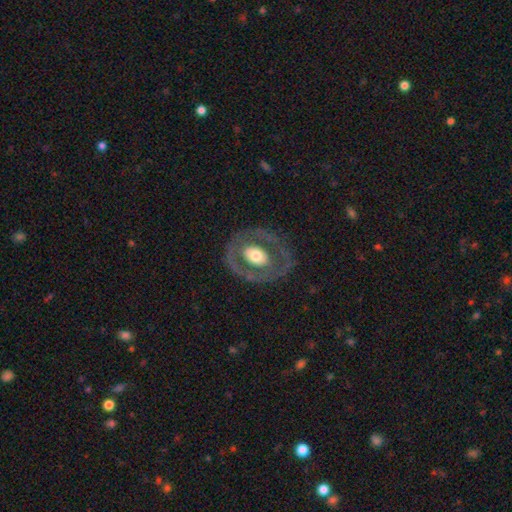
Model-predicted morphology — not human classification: Smooth or featured? featured or disk (58%)
Edge-on disk? no (94%)
Bar? no (82%)
Spiral arms? no (83%)
Bulge size? moderate (52%)
Merging? none (74%)